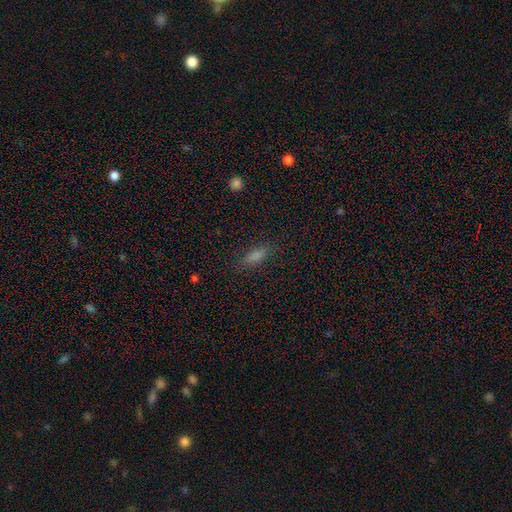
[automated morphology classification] Smooth or featured? Predicted: smooth (p=0.73). How rounded? Predicted: in between (p=0.61). Merging? Predicted: none (p=0.83).